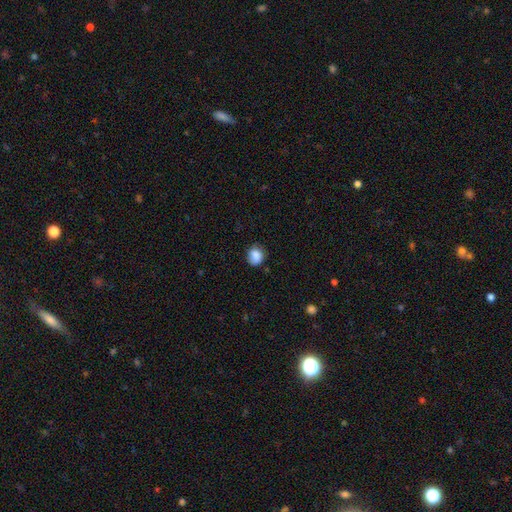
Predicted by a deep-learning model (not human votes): Morphology: type=smooth (85%); roundness=round (72%); merging=none (72%).